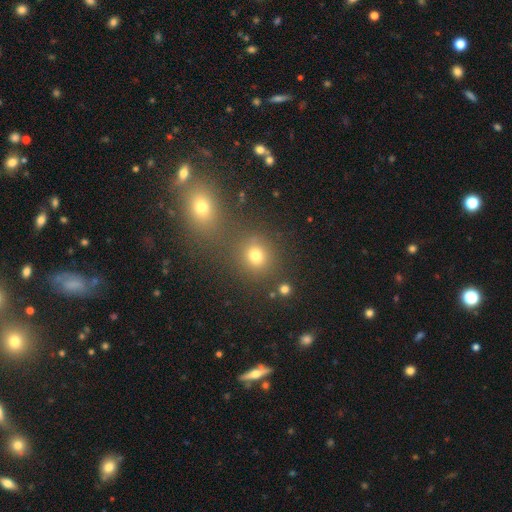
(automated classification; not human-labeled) smooth-or-featured: smooth: 73% | star or artifact: 20% | featured or disk: 8%
  how-rounded: round: 80% | in between: 19% | cigar-shaped: 1%
  merging: none: 66% | merger: 22% | minor disturbance: 8% | major disturbance: 4%